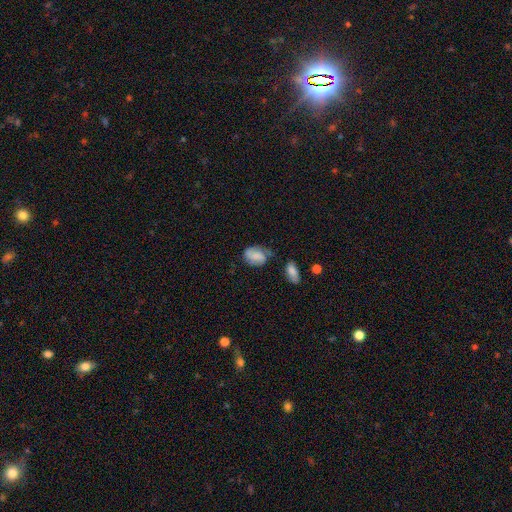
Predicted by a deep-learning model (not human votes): smooth 47%, featured or disk 44%, star or artifact 9%. Down the decision tree: merging — none (54%).